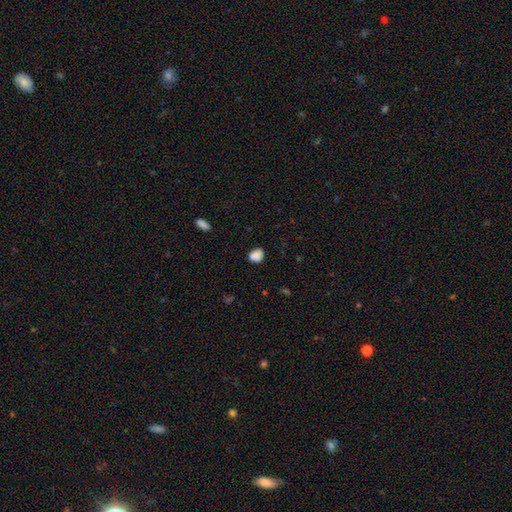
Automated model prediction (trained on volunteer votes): Smooth or featured: smooth — 85% (star or artifact — 10%)
How rounded: in between — 51% (round — 48%)
Merging: none — 68% (minor disturbance — 23%)